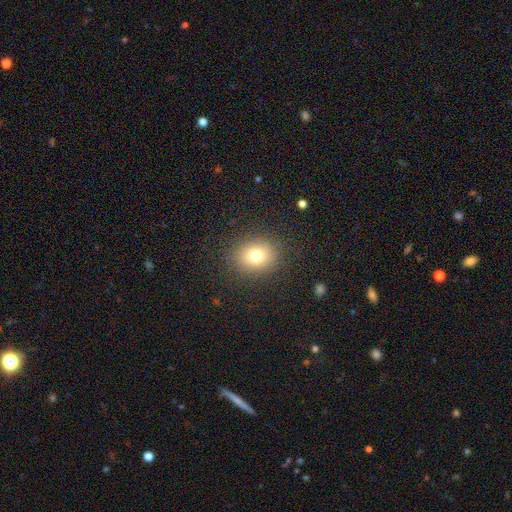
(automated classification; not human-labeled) This is likely a smooth galaxy (76%). How rounded: likely round (63%). Merging: clearly none (87%).